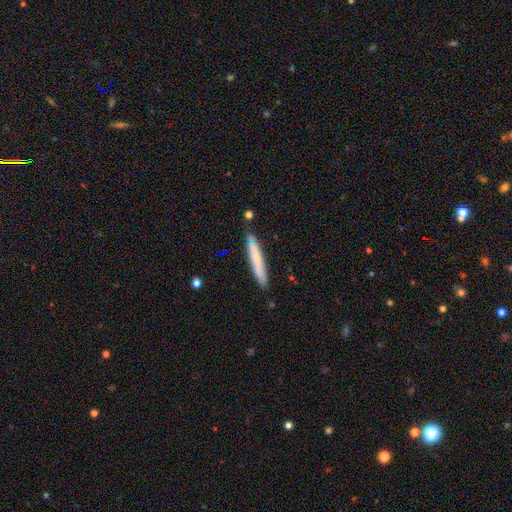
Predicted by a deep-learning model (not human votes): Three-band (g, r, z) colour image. It shows a smooth galaxy with no disk features (68%) that is cigar-shaped (95%). Merging: none (82%).